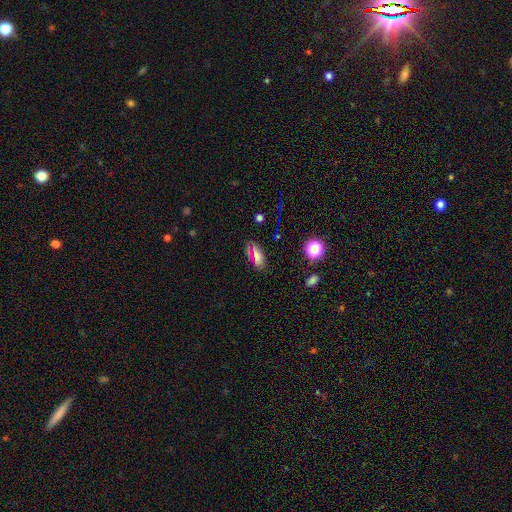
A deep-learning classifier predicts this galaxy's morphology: Smooth or featured?
  - smooth: 63% *
  - star or artifact: 24%
  - featured or disk: 13%
How rounded?
  - in between: 82% *
  - cigar-shaped: 11%
  - round: 7%
Merging?
  - none: 79% *
  - minor disturbance: 14%
  - major disturbance: 4%
  - merger: 2%